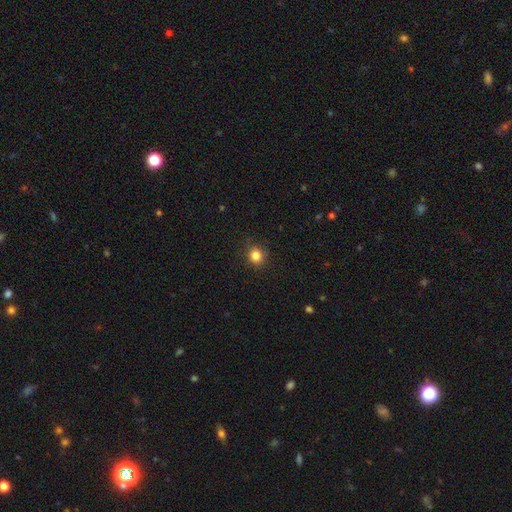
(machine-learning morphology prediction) A smooth galaxy with no disk features (84%) that is round (87%).

Vote fractions:
- Smooth or featured? smooth: 84% / star or artifact: 12% / featured or disk: 4%
- How rounded? round: 87% / in between: 12% / cigar-shaped: 1%
- Merging? none: 87% / minor disturbance: 9% / major disturbance: 2% / merger: 1%